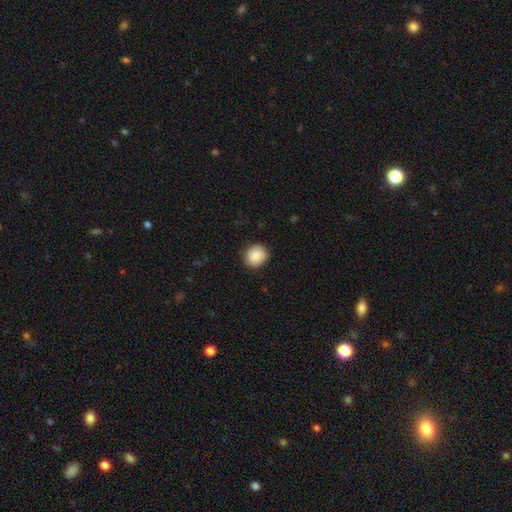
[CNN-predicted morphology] A smooth galaxy with no disk features (85%) that is round (81%).

Vote fractions:
- Smooth or featured? smooth: 85% / featured or disk: 8% / star or artifact: 7%
- How rounded? round: 81% / in between: 18% / cigar-shaped: 1%
- Merging? none: 86% / minor disturbance: 10% / major disturbance: 2% / merger: 1%